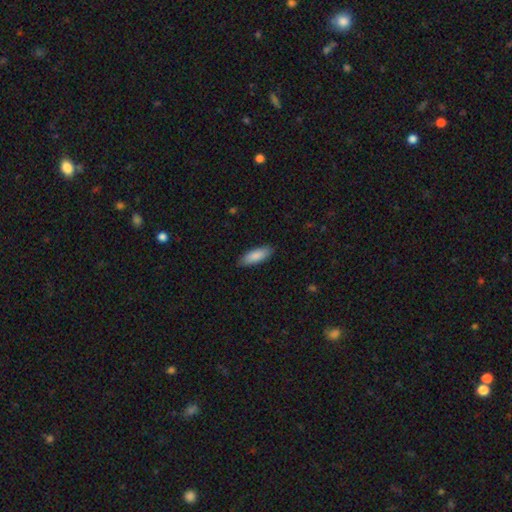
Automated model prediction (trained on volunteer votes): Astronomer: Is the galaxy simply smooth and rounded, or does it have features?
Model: smooth — 87%.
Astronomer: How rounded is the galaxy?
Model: in between — 64%.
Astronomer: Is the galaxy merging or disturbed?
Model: none — 88%.